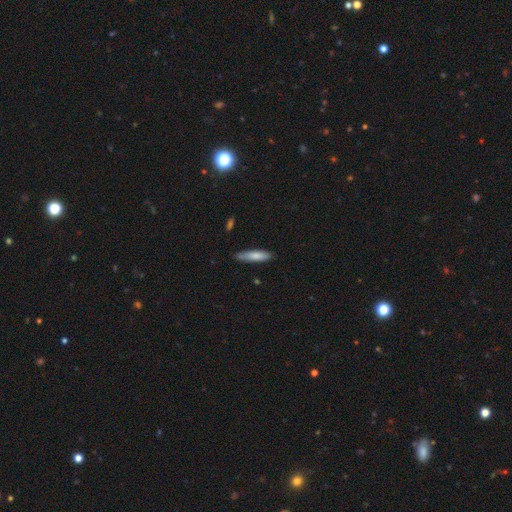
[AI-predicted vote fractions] A smooth galaxy with no disk features (79%) that is cigar-shaped (81%). Merging: none (80%).